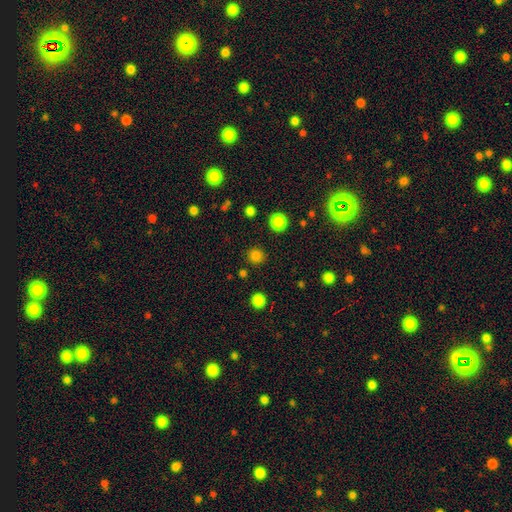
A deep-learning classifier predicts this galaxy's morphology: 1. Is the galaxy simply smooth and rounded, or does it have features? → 81% smooth, 15% star or artifact, 4% featured or disk.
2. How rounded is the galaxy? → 93% round, 6% in between, 1% cigar-shaped.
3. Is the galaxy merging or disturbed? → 89% none, 6% minor disturbance, 3% major disturbance, 2% merger.